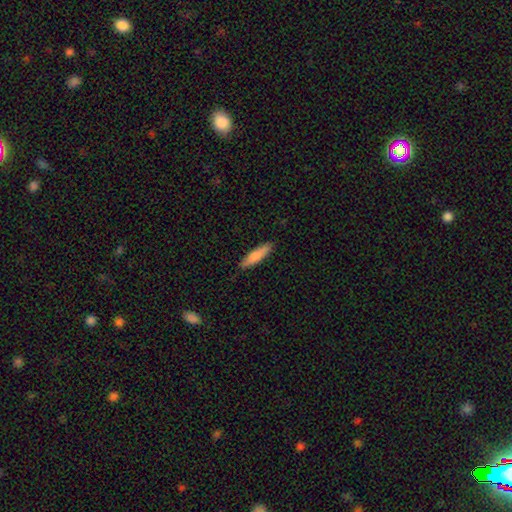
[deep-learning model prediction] Smooth or featured: smooth — 78% (featured or disk — 17%)
How rounded: cigar-shaped — 75% (in between — 23%)
Merging: none — 88% (minor disturbance — 9%)